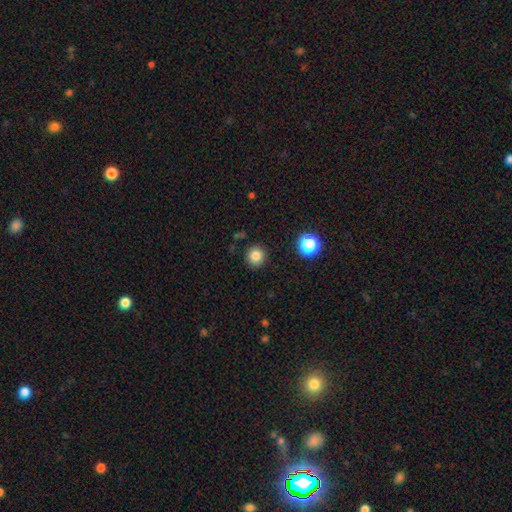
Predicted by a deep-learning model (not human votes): Smooth or featured? Predicted: smooth (p=0.83). How rounded? Predicted: round (p=0.93). Merging? Predicted: none (p=0.89).